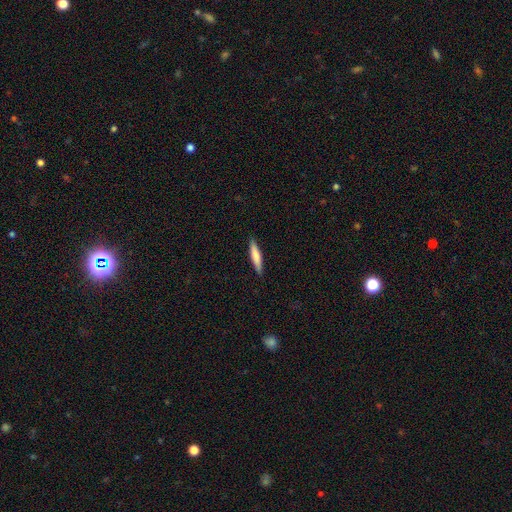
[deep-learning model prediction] This is likely a smooth galaxy (72%). How rounded: clearly cigar-shaped (88%). Merging: clearly none (90%).